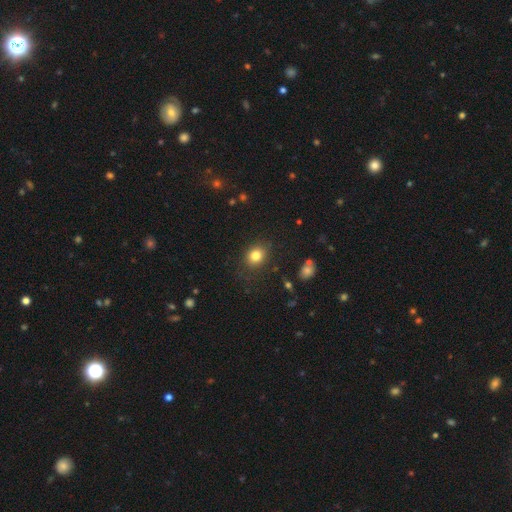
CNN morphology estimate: Overall: smooth (82%). How rounded: round (60%; in between 39%). Merging: none (82%).